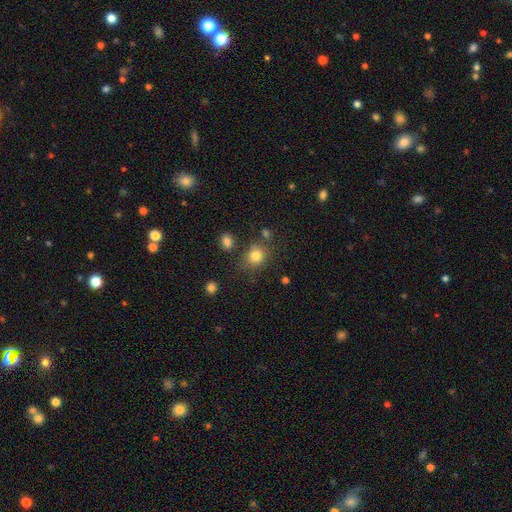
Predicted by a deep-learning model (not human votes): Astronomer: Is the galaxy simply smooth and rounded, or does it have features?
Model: smooth — 80%.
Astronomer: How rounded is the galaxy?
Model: round — 70%.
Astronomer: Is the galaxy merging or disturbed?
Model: none — 73%.